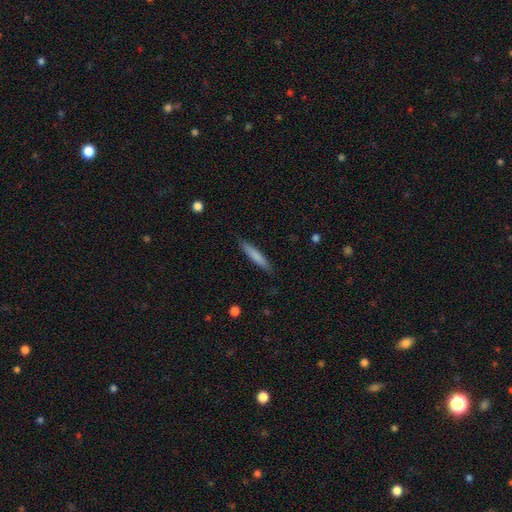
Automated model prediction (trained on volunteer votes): Smooth or featured? Predicted: smooth (p=0.75). How rounded? Predicted: cigar-shaped (p=0.92). Merging? Predicted: none (p=0.87).